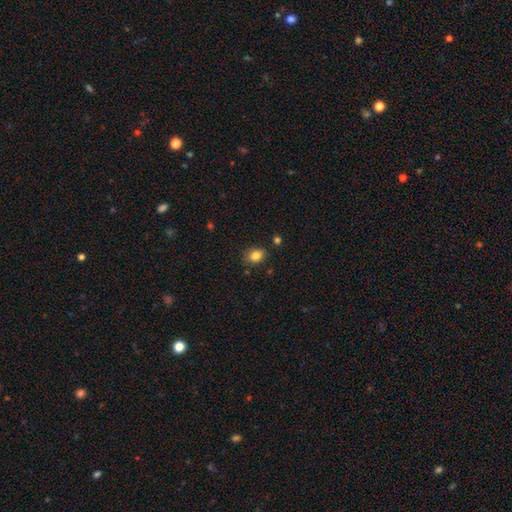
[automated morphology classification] This appears to be a smooth galaxy with no disk features (83%) that is in between round and cigar-shaped (57%). Merging: none (81%).